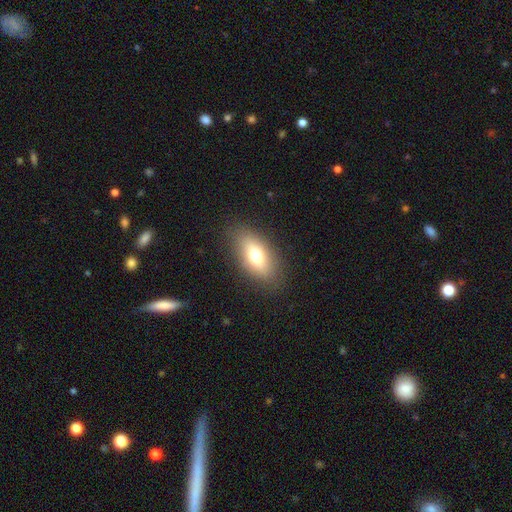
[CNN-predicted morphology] Smooth or featured: smooth — 68% (featured or disk — 22%)
How rounded: in between — 84% (cigar-shaped — 8%)
Merging: none — 86% (minor disturbance — 9%)